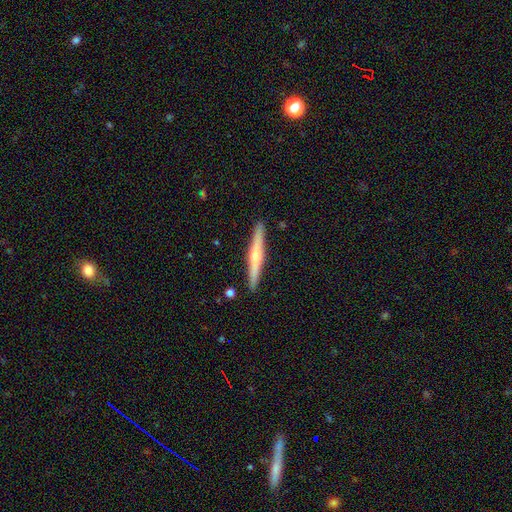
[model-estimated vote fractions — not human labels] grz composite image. It shows a featured or disk galaxy (59%) viewed edge-on (98%) with a rounded central bulge (77%). Merging: none (92%).